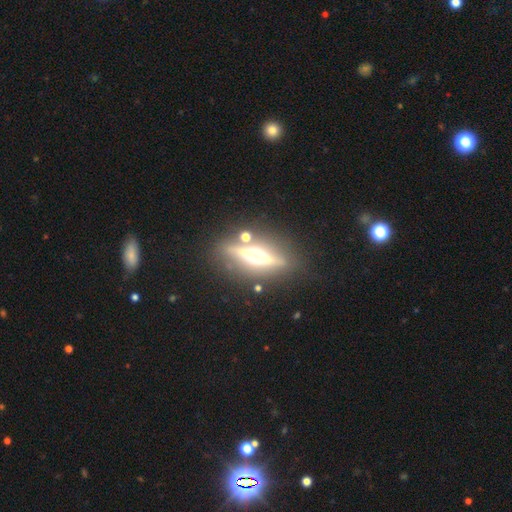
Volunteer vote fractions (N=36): Smooth or featured: featured or disk — 86% (smooth — 8%)
Edge-on disk: yes — 97% (no — 3%)
Edge-on bulge: rounded — 97% (boxy — 3%)
Merging: none — 88% (minor disturbance — 6%)